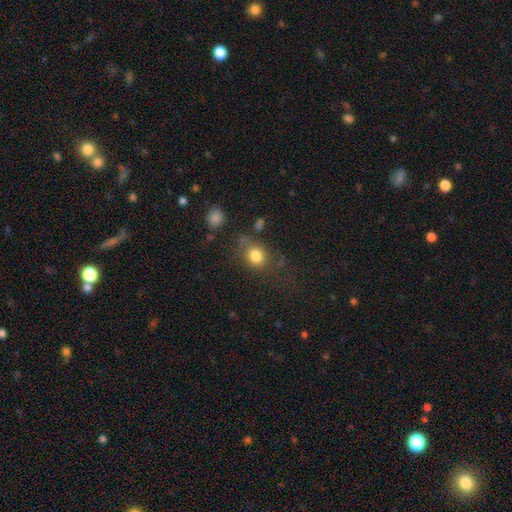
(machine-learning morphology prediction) This is clearly a smooth galaxy (80%). How rounded: likely round (65%). Merging: likely none (65%).